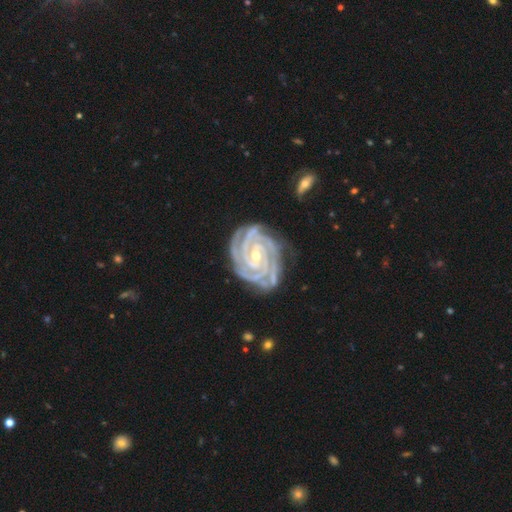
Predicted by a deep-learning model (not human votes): Smooth or featured?
  - featured or disk: 94% *
  - star or artifact: 4%
  - smooth: 2%
Edge-on disk?
  - no: 98% *
  - yes: 2%
Bar?
  - no: 40% *
  - weak: 33%
  - strong: 27%
Spiral arms?
  - yes: 99% *
  - no: 1%
Spiral winding?
  - tight: 88% *
  - medium: 11%
  - loose: 1%
Spiral arm count?
  - 4: 31% *
  - 3: 30%
  - 2: 14%
  - can't tell: 9%
  - more than 4: 9%
  - 1: 7%
Bulge size?
  - small: 63% *
  - moderate: 35%
  - large: 1%
  - none: 1%
  - dominant: 1%
Merging?
  - none: 77% *
  - minor disturbance: 16%
  - major disturbance: 4%
  - merger: 2%